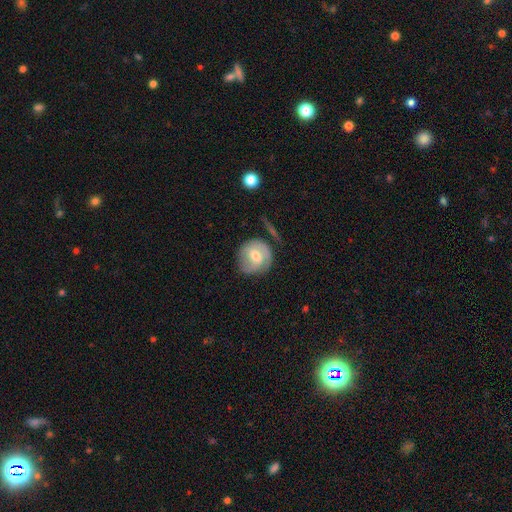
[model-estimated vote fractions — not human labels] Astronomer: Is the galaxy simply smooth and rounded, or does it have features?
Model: featured or disk — 49% (runner-up: smooth, 44%).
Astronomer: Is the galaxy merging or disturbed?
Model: none — 65%.